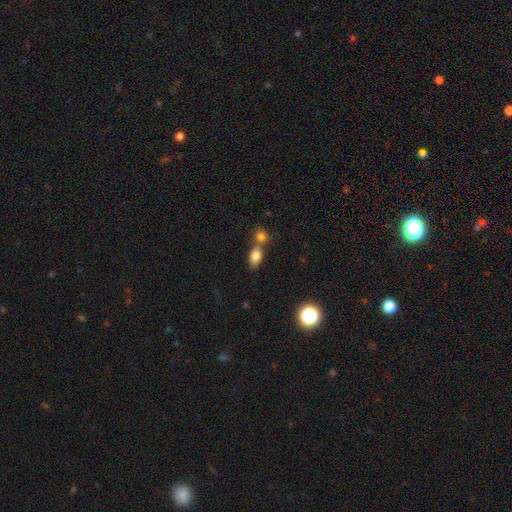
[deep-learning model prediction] Smooth or featured? Predicted: smooth (p=0.81). How rounded? Predicted: in between (p=0.80). Merging? Predicted: merger (p=0.47).